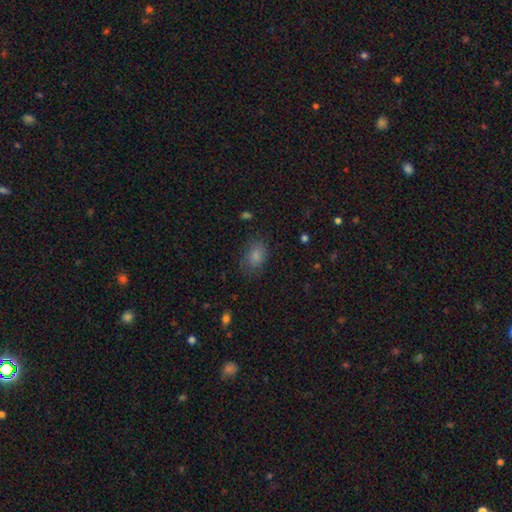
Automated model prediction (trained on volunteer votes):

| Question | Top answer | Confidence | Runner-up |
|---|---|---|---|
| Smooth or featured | smooth | 83% | star or artifact (10%) |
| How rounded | in between | 77% | round (21%) |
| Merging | none | 72% | minor disturbance (19%) |